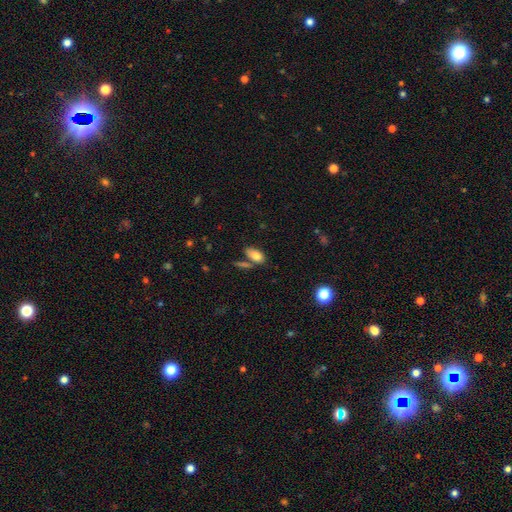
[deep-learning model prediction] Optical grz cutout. It shows a smooth galaxy with no disk features (80%) that is in between round and cigar-shaped (90%). Merging: none (59%).